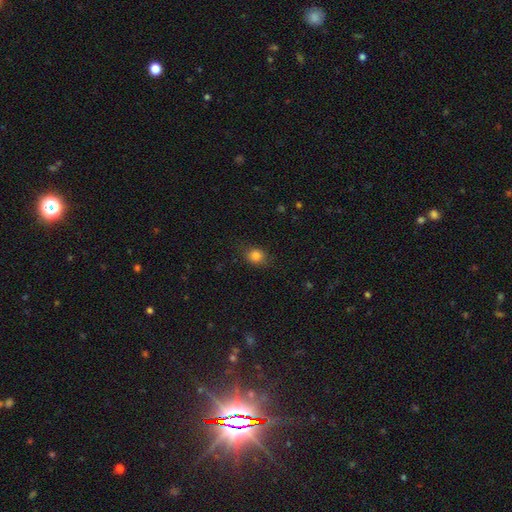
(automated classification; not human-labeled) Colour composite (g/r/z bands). It shows a smooth galaxy with no disk features (83%) that is round (59%). Merging: none (81%).